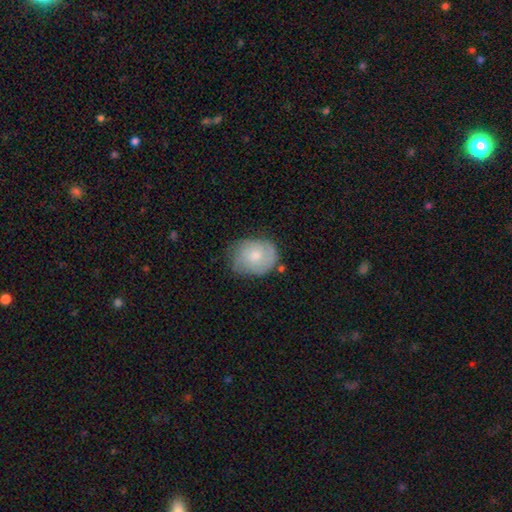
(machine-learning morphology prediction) A smooth galaxy with no disk features (55%) that is round (55%).

Vote fractions:
- Smooth or featured? smooth: 55% / featured or disk: 38% / star or artifact: 7%
- How rounded? round: 55% / in between: 44% / cigar-shaped: 1%
- Merging? none: 62% / minor disturbance: 28% / major disturbance: 8% / merger: 3%